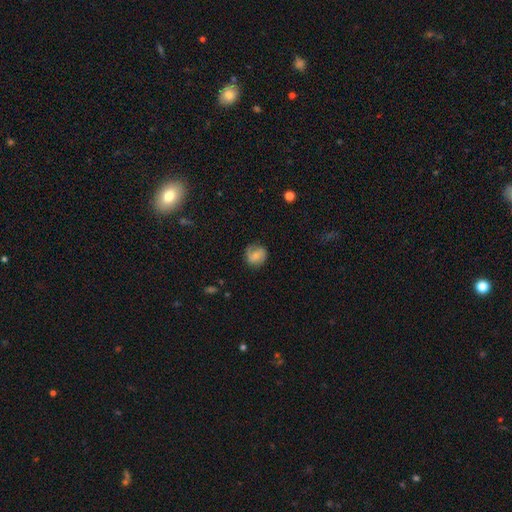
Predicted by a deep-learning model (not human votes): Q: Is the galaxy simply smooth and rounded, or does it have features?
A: smooth — 63%.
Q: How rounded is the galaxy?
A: round — 76%.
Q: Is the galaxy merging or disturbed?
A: none — 70%.